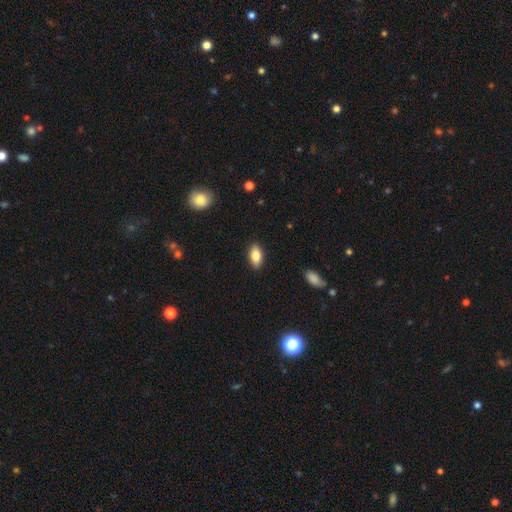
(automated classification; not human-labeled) A smooth galaxy with no disk features (83%) that is in between round and cigar-shaped (90%).

Vote fractions:
- Smooth or featured? smooth: 83% / featured or disk: 10% / star or artifact: 7%
- How rounded? in between: 90% / cigar-shaped: 7% / round: 4%
- Merging? none: 89% / minor disturbance: 8% / major disturbance: 2% / merger: 1%